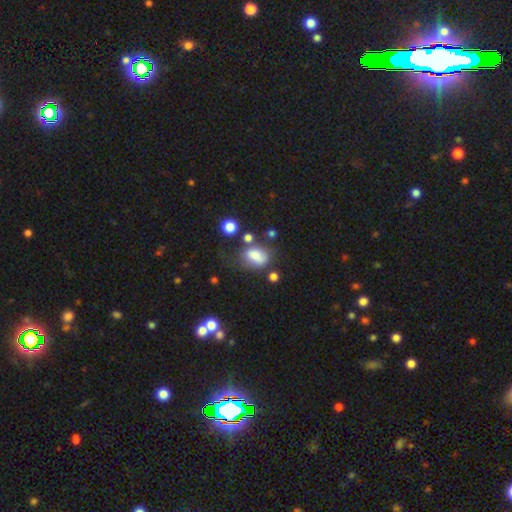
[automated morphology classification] The model was most divided on "merging": none: 44%, minor disturbance: 27%, major disturbance: 16%, merger: 14%. More confident: how rounded — in between (77%); smooth or featured — smooth (75%).